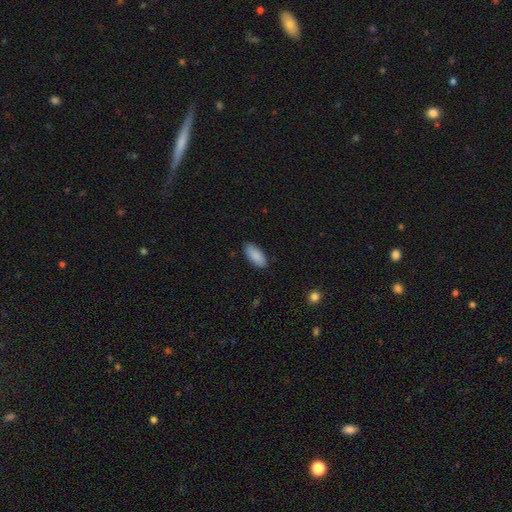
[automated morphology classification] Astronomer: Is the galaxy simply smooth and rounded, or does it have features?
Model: smooth — 90%.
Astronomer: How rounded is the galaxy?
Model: in between — 87%.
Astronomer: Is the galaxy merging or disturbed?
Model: none — 87%.